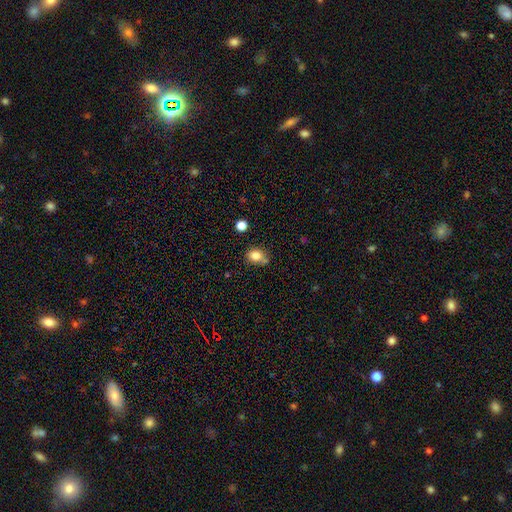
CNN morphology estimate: This is clearly a smooth galaxy (81%). How rounded: possibly round (59%). Merging: likely none (62%).